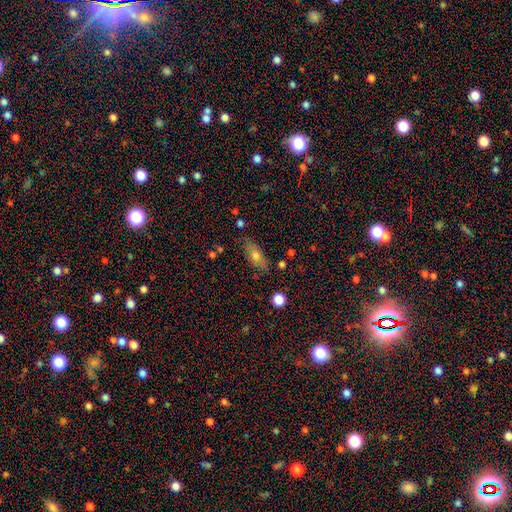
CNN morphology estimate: Smooth or featured? Predicted: smooth (p=0.63). How rounded? Predicted: in between (p=0.72). Merging? Predicted: none (p=0.78).